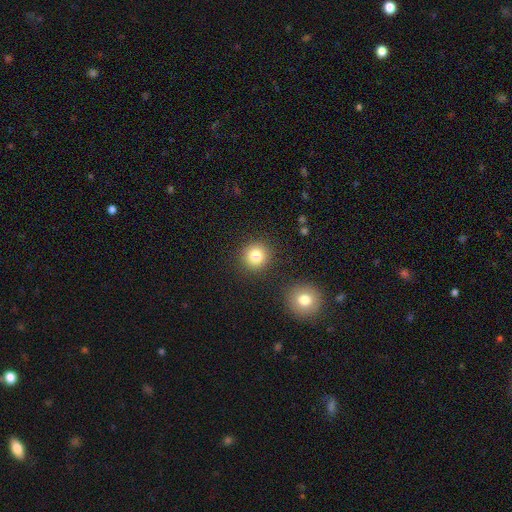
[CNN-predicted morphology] Overall: smooth (81%). How rounded: round (92%). Merging: none (87%).